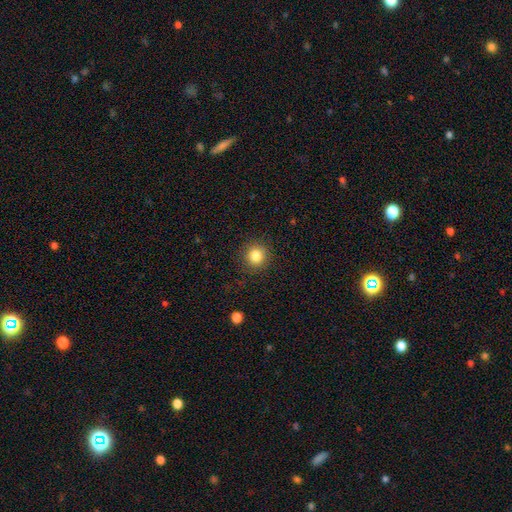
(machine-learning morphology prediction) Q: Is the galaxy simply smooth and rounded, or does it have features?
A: smooth — 83%.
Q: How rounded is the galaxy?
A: round — 92%.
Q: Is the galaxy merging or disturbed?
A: none — 90%.